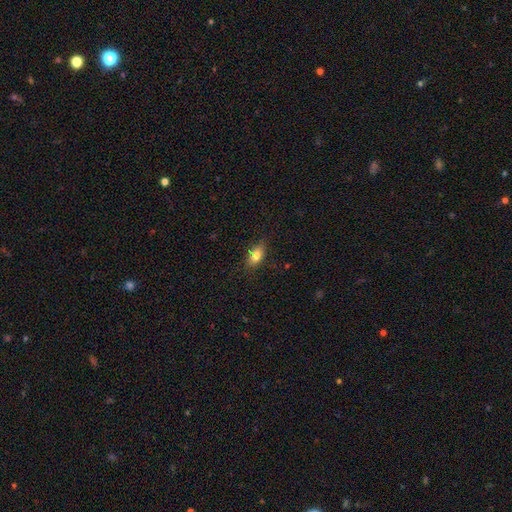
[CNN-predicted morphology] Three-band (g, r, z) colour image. It shows a smooth galaxy with no disk features (80%) that is in between round and cigar-shaped (84%). Merging: none (79%).